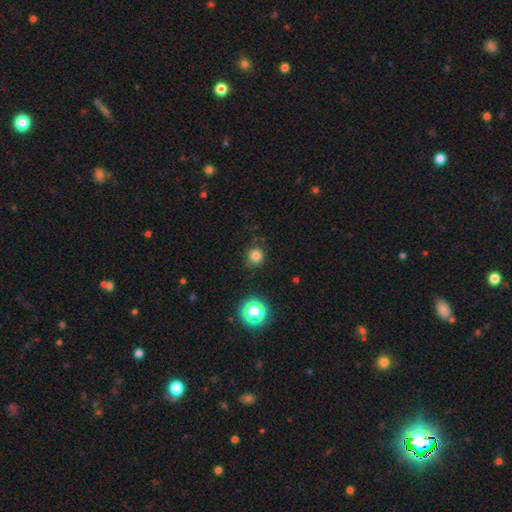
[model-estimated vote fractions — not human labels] Q: Smooth or featured?
A: smooth (79%); runner-up: star or artifact (16%)
Q: How rounded?
A: round (94%); runner-up: in between (5%)
Q: Merging?
A: none (87%); runner-up: minor disturbance (9%)